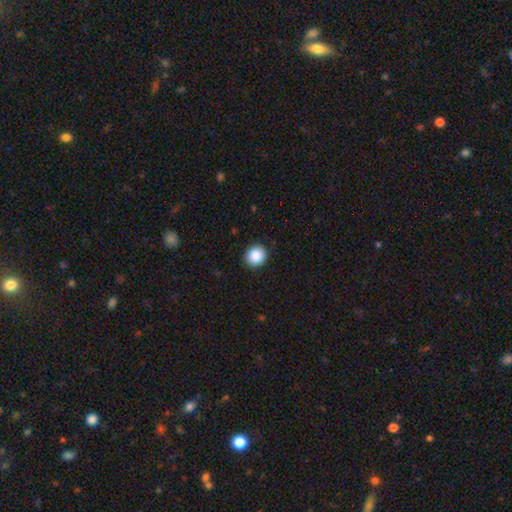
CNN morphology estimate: Smooth or featured?
  - smooth: 87% *
  - star or artifact: 9%
  - featured or disk: 4%
How rounded?
  - round: 87% *
  - in between: 12%
  - cigar-shaped: 1%
Merging?
  - none: 92% *
  - minor disturbance: 5%
  - major disturbance: 2%
  - merger: 1%